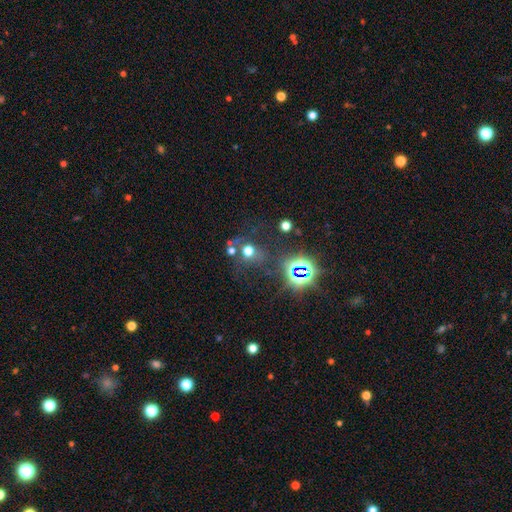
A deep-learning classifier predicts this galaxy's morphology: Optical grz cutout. It shows a star or artifact, not a galaxy (61%).